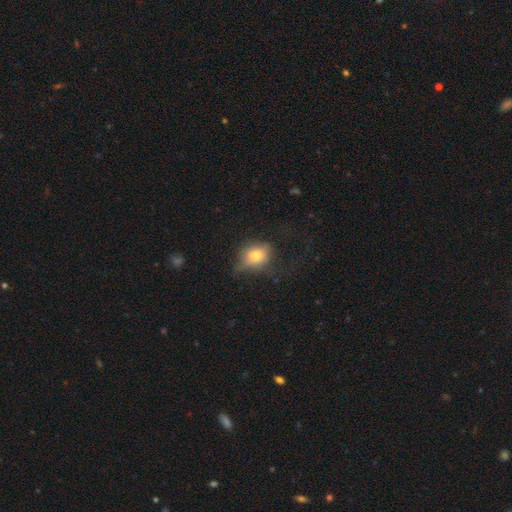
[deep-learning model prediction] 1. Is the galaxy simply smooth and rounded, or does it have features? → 69% smooth, 18% featured or disk, 13% star or artifact.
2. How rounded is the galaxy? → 58% round, 40% in between, 2% cigar-shaped.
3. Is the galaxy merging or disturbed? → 52% none, 28% minor disturbance, 18% major disturbance, 2% merger.